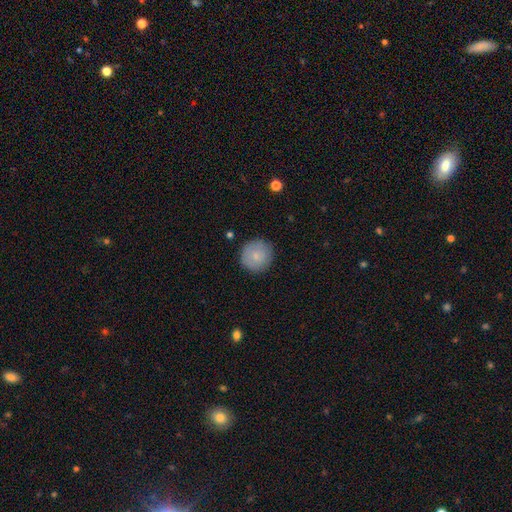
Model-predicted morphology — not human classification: This appears to be a smooth galaxy with no disk features (80%) that is round (95%). Merging: none (88%).